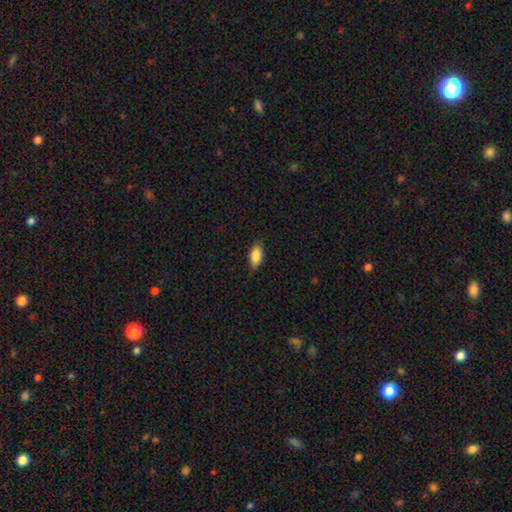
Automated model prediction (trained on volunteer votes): This is clearly a smooth galaxy (85%). How rounded: clearly in between (90%). Merging: clearly none (82%).